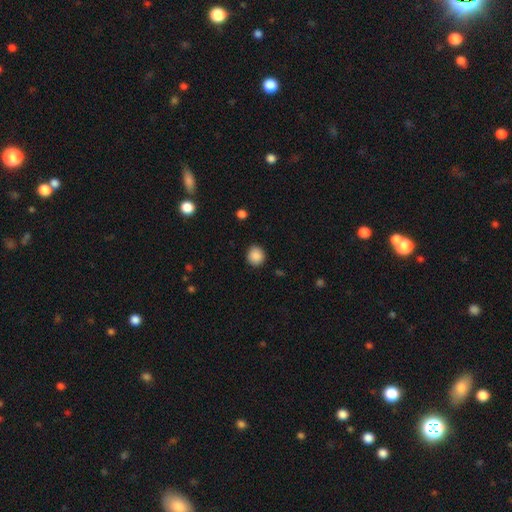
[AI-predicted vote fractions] The model was most divided on "how rounded": round: 86%, in between: 13%, cigar-shaped: 1%. More confident: merging — none (89%); smooth or featured — smooth (88%).